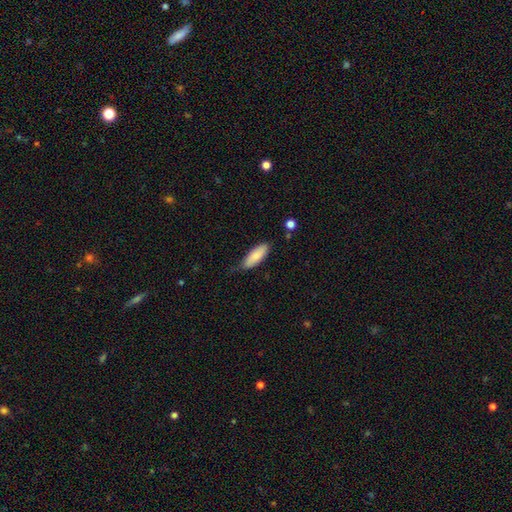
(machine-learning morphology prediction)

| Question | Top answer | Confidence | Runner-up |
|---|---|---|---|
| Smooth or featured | smooth | 84% | featured or disk (10%) |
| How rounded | in between | 72% | cigar-shaped (27%) |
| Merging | none | 67% | minor disturbance (26%) |